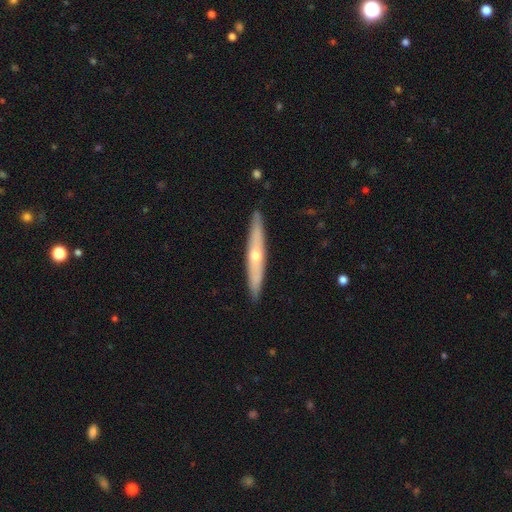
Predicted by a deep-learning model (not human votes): smooth_or_featured: featured or disk (p=0.60) [alt: smooth p=0.34]
disk_edge_on: yes (p=0.87) [alt: no p=0.13]
edge_on_bulge: rounded (p=0.81) [alt: none p=0.17]
merging: none (p=0.90) [alt: minor disturbance p=0.07]